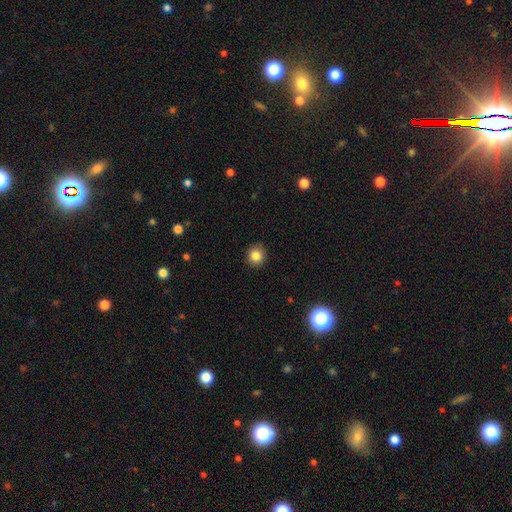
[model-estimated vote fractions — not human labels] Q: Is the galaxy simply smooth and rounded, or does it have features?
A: smooth — 83%.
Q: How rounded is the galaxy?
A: round — 86%.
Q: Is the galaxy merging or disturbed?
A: none — 87%.